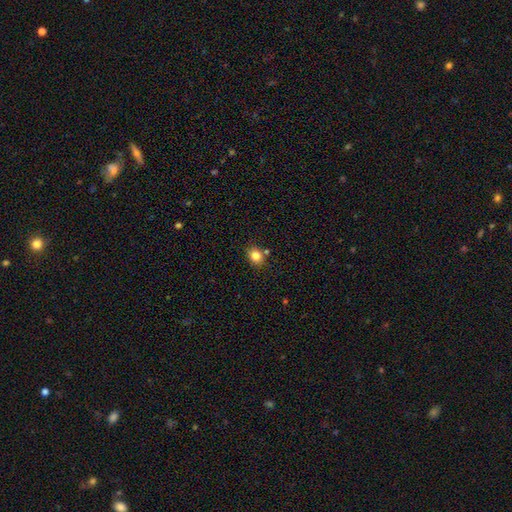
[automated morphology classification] smooth_or_featured: smooth (p=0.83) [alt: star or artifact p=0.11]
how_rounded: round (p=0.63) [alt: in between p=0.36]
merging: none (p=0.78) [alt: minor disturbance p=0.11]